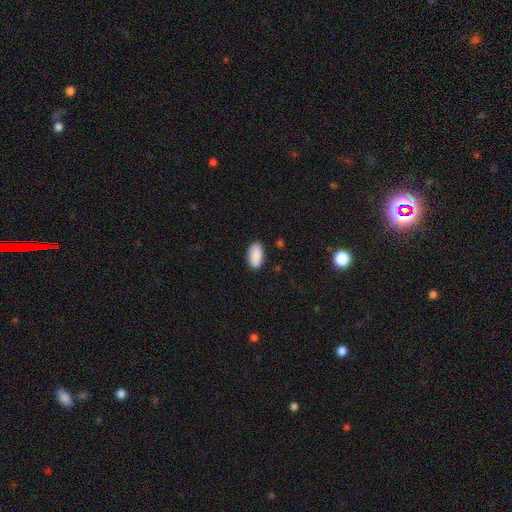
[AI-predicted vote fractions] Morphology: type=smooth (90%); roundness=in between (94%); merging=none (87%).